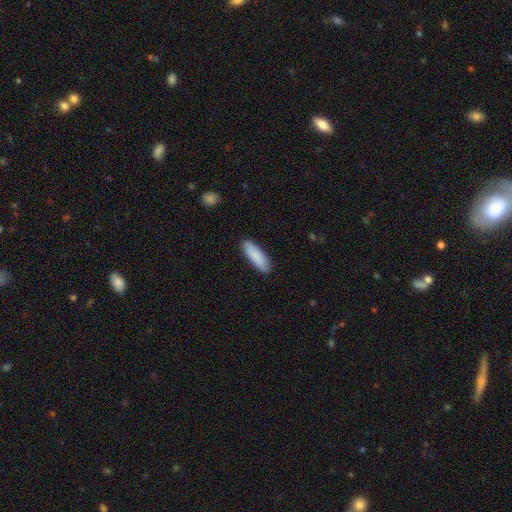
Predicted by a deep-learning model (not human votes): Q: Smooth or featured?
A: smooth (88%); runner-up: featured or disk (7%)
Q: How rounded?
A: cigar-shaped (53%); runner-up: in between (46%)
Q: Merging?
A: none (88%); runner-up: minor disturbance (9%)